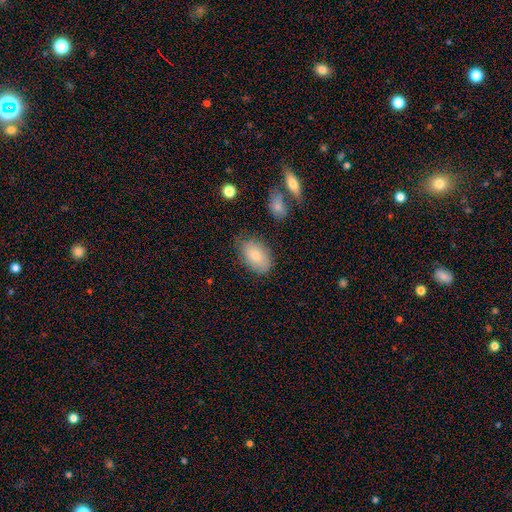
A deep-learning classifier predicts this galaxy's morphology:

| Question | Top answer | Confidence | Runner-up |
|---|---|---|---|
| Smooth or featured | smooth | 79% | featured or disk (14%) |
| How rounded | in between | 90% | round (8%) |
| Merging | none | 72% | minor disturbance (20%) |